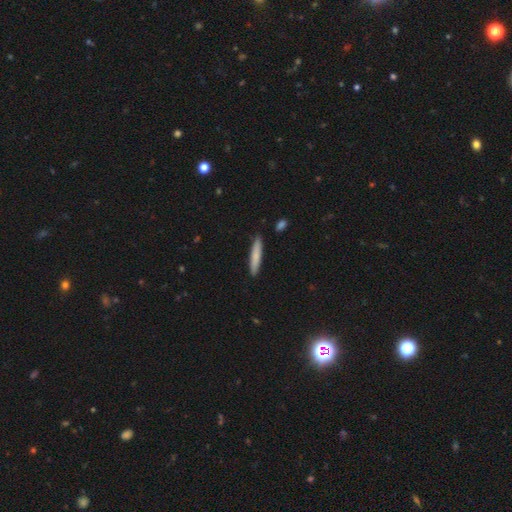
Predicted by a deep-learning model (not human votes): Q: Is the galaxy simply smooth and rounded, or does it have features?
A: smooth — 76%.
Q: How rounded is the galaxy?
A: cigar-shaped — 92%.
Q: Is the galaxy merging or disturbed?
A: none — 89%.